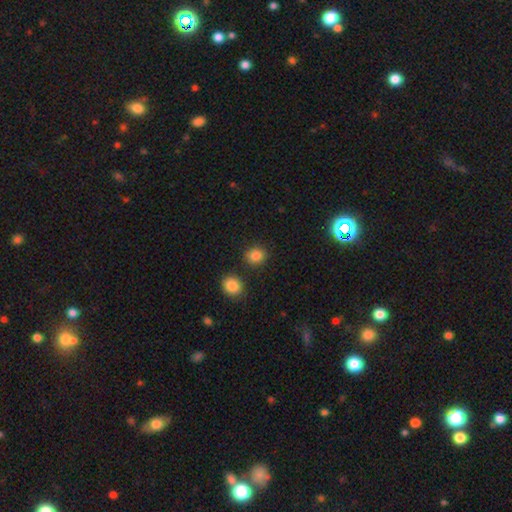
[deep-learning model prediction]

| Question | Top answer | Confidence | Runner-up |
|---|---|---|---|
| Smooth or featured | smooth | 85% | star or artifact (11%) |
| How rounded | round | 78% | in between (21%) |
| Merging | none | 84% | minor disturbance (8%) |